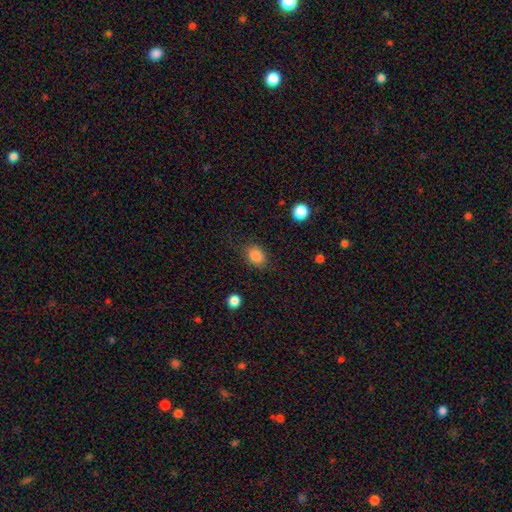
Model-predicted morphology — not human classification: type=smooth (86%); roundness=in between (65%); merging=none (80%).